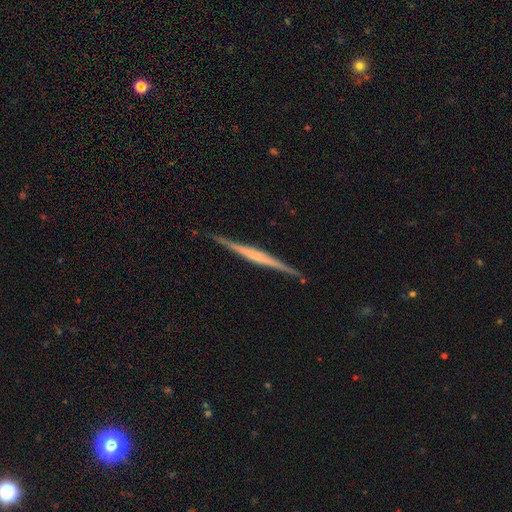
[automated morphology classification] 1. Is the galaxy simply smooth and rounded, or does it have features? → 76% featured or disk, 19% smooth, 5% star or artifact.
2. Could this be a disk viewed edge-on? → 98% yes, 2% no.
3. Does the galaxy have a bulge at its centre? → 44% none, 31% rounded, 25% boxy.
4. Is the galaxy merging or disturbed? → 90% none, 7% minor disturbance, 1% major disturbance, 1% merger.